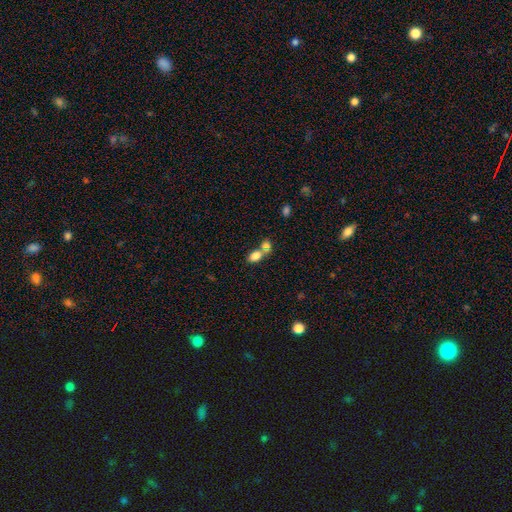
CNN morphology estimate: The model was most divided on "merging": merger: 55%, none: 33%, minor disturbance: 9%, major disturbance: 4%. More confident: how rounded — in between (83%); smooth or featured — smooth (80%).